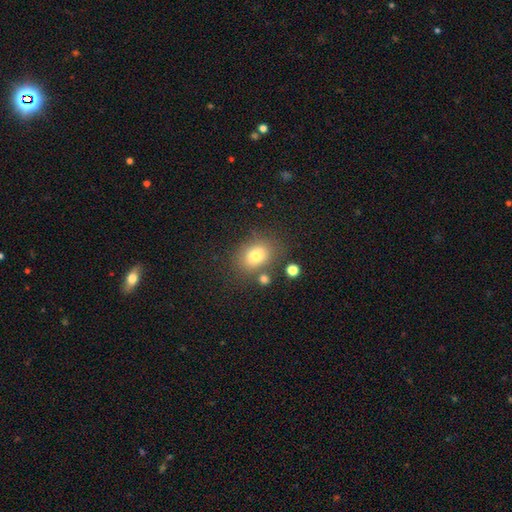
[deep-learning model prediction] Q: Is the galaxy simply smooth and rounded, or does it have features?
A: smooth — 77%.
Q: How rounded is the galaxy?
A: in between — 58%.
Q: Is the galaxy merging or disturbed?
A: none — 72%.